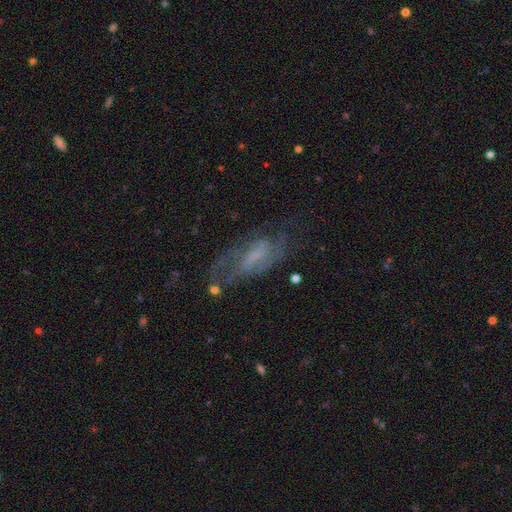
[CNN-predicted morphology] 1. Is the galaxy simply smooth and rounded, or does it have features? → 71% featured or disk, 19% smooth, 10% star or artifact.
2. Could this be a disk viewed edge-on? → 91% no, 9% yes.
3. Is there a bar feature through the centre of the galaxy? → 46% weak, 30% no, 23% strong.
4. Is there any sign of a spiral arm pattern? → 84% yes, 16% no.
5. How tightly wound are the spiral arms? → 48% medium, 28% tight, 25% loose.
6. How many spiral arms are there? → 59% 2, 24% can't tell, 6% 3, 6% 1, 2% 4, 2% more than 4.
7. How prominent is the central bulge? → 43% none, 31% small, 19% moderate, 5% large, 1% dominant.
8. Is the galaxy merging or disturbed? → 57% none, 21% minor disturbance, 19% major disturbance, 3% merger.